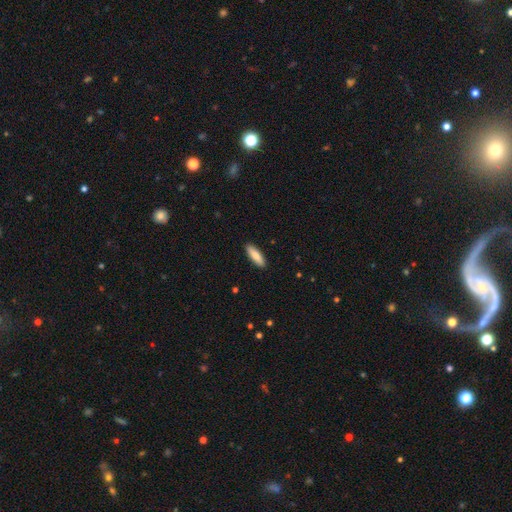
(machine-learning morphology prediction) smooth 84%, featured or disk 11%, star or artifact 6%. Down the decision tree: how rounded — cigar-shaped (52%); merging — none (90%).